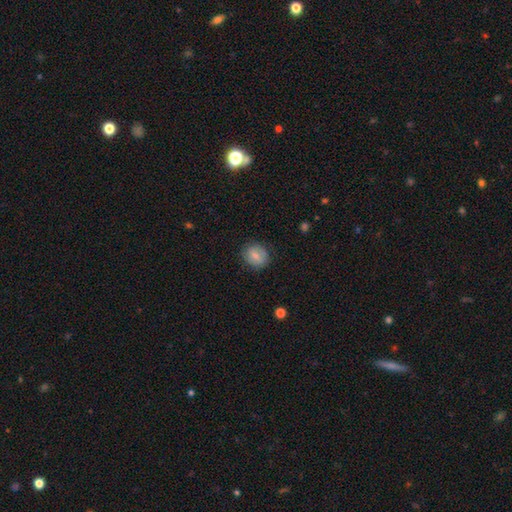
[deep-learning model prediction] Smooth or featured?
  - smooth: 74% *
  - featured or disk: 18%
  - star or artifact: 8%
How rounded?
  - round: 67% *
  - in between: 32%
  - cigar-shaped: 1%
Merging?
  - none: 82% *
  - minor disturbance: 13%
  - major disturbance: 4%
  - merger: 1%